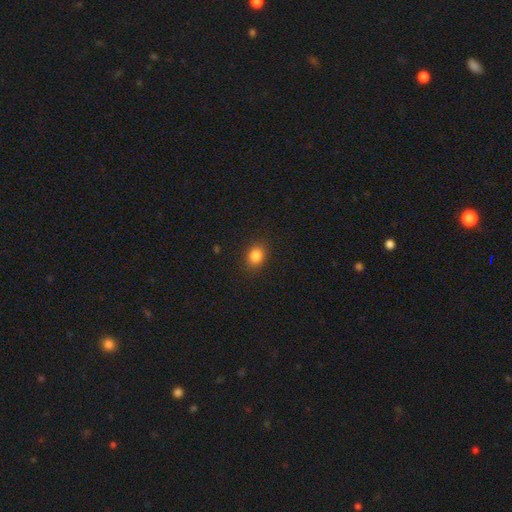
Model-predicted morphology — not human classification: Overall: smooth (85%). How rounded: in between (55%; round 44%). Merging: none (87%).